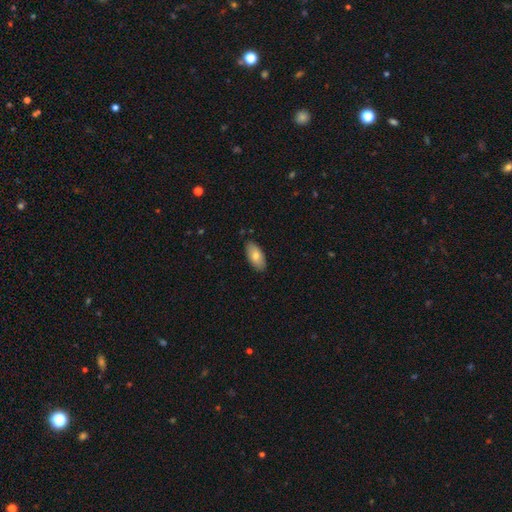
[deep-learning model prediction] smooth_or_featured: smooth (p=0.77) [alt: featured or disk p=0.17]
how_rounded: in between (p=0.92) [alt: cigar-shaped p=0.06]
merging: none (p=0.85) [alt: minor disturbance p=0.12]